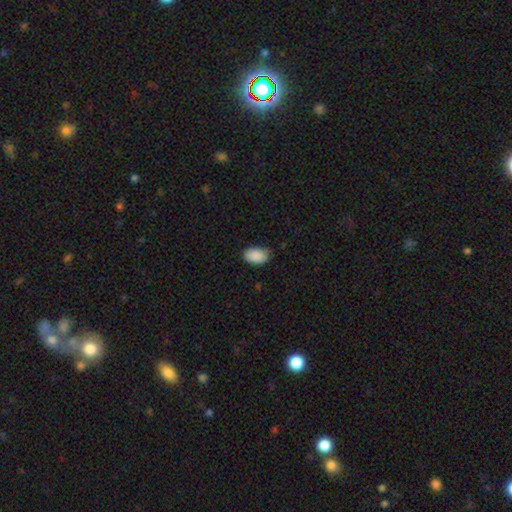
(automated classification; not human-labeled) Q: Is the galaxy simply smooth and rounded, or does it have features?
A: smooth — 90%.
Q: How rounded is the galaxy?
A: in between — 91%.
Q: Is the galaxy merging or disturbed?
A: none — 75%.